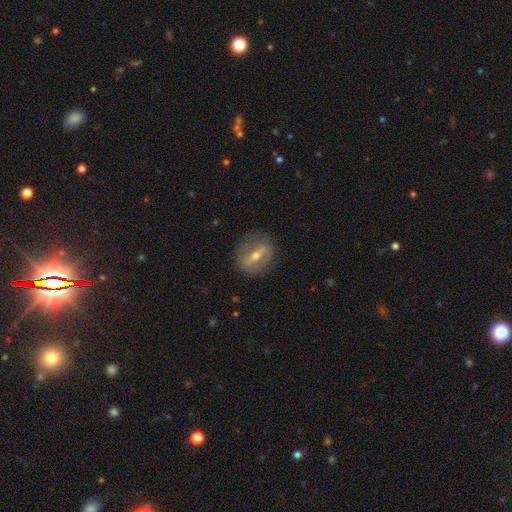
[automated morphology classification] smooth_or_featured: featured or disk (p=0.66) [alt: smooth p=0.25]
disk_edge_on: no (p=0.74) [alt: yes p=0.26]
merging: none (p=0.83) [alt: minor disturbance p=0.11]